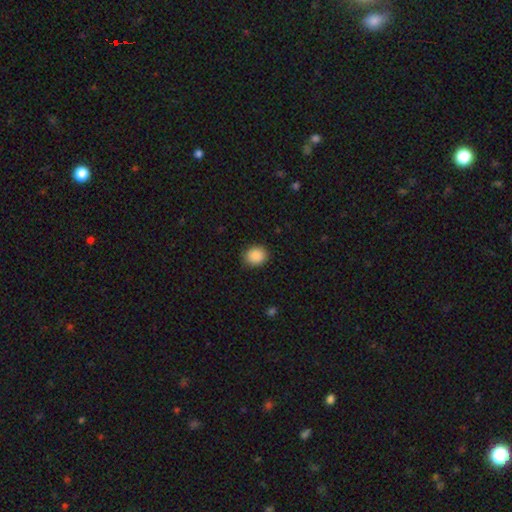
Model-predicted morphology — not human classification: Smooth or featured?
  - smooth: 89% *
  - star or artifact: 8%
  - featured or disk: 3%
How rounded?
  - round: 70% *
  - in between: 29%
  - cigar-shaped: 1%
Merging?
  - none: 87% *
  - minor disturbance: 9%
  - major disturbance: 3%
  - merger: 1%